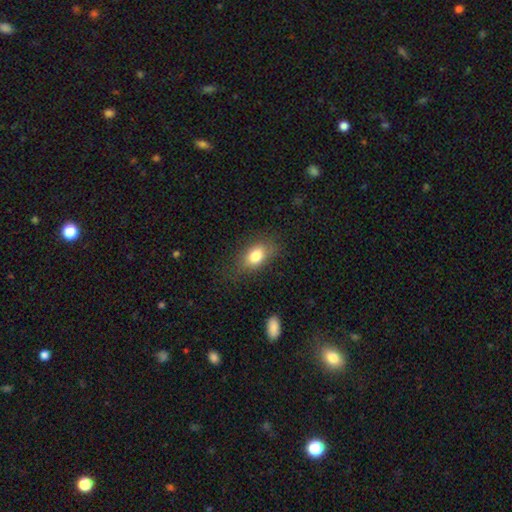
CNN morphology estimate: A smooth galaxy with no disk features (79%) that is in between round and cigar-shaped (81%). Merging: none (75%).